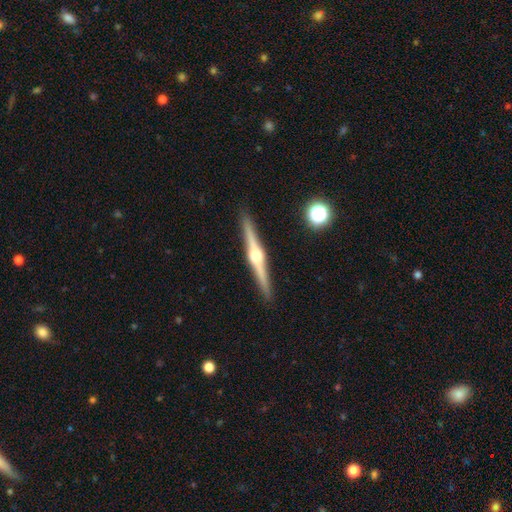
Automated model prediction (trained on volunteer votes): Smooth or featured: featured or disk — 85% (smooth — 10%)
Edge-on disk: yes — 99% (no — 1%)
Edge-on bulge: rounded — 93% (boxy — 4%)
Merging: none — 92% (minor disturbance — 5%)